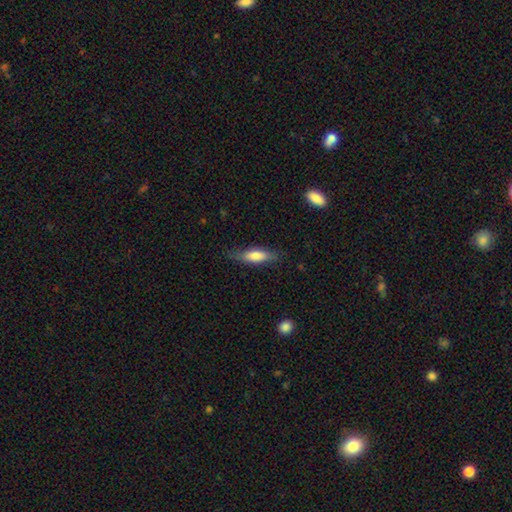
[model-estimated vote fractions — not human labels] smooth-or-featured: smooth: 71% | featured or disk: 23% | star or artifact: 6%
  how-rounded: cigar-shaped: 50% | in between: 48% | round: 2%
  merging: none: 74% | minor disturbance: 20% | major disturbance: 5% | merger: 1%